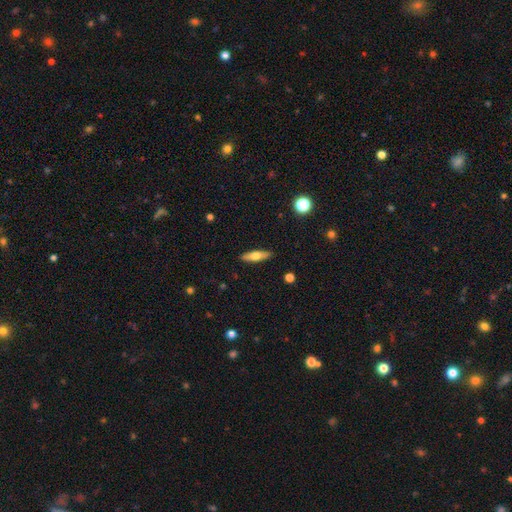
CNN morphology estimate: A smooth galaxy with no disk features (56%) that is cigar-shaped (64%). Merging: none (90%).